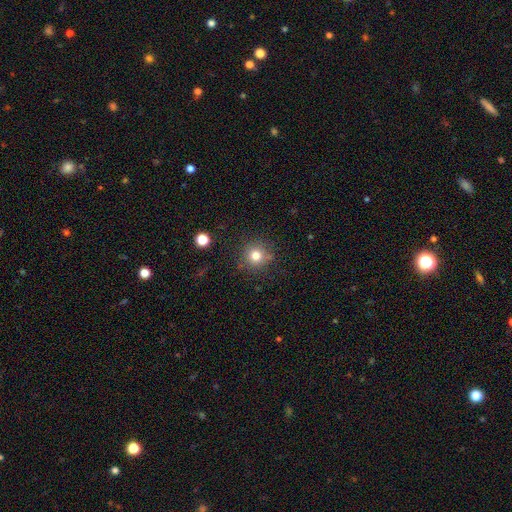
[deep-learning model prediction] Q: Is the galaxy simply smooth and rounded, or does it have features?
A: smooth — 78%.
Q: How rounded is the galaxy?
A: round — 93%.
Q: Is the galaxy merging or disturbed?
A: none — 83%.